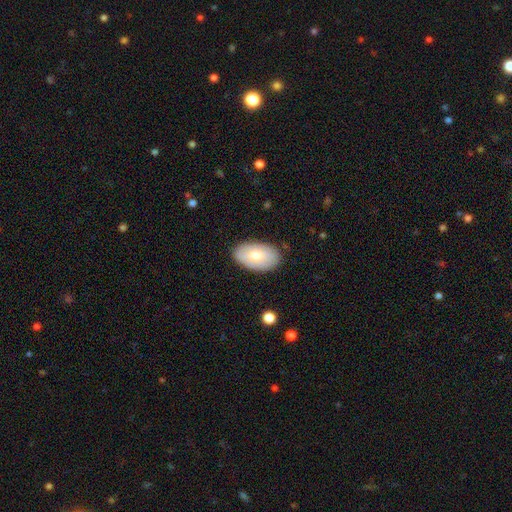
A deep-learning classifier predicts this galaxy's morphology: type=smooth (69%); roundness=in between (94%); merging=none (86%).